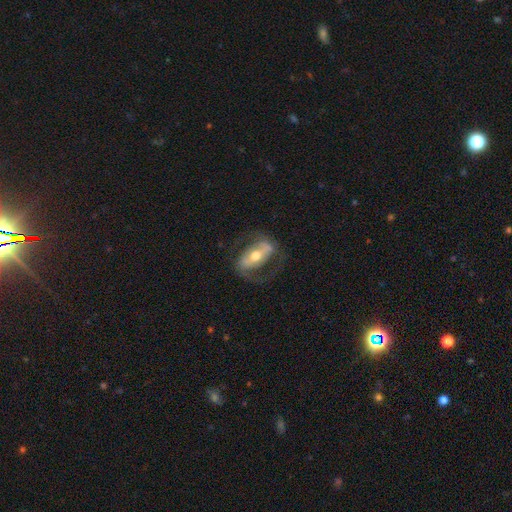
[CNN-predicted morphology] This is likely a featured or disk galaxy (75%). It is clearly not viewed edge-on (91%). Bar: possibly strong (54%). Spiral arm pattern: likely yes (76%). Spiral arm count: clearly 2 (84%). Spiral winding: possibly medium (49%). Central bulge: likely moderate (69%). Merging: likely none (66%).